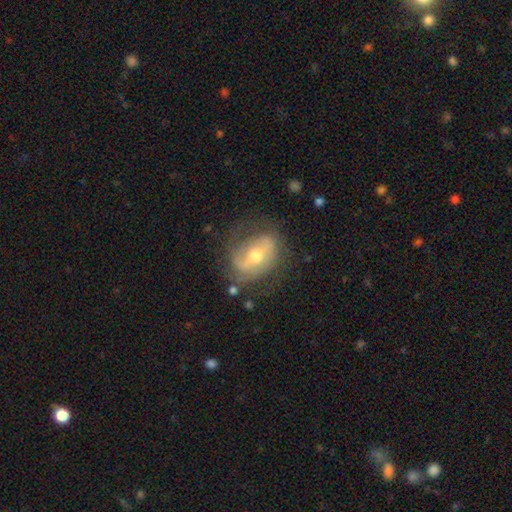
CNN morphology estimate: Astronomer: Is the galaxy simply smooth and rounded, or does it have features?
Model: featured or disk — 69%.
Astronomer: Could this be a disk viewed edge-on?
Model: no — 94%.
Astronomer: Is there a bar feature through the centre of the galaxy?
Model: weak — 39% (runner-up: strong, 35%).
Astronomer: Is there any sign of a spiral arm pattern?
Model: yes — 71%.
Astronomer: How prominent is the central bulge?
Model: moderate — 68%.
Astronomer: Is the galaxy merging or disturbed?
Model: none — 60%.